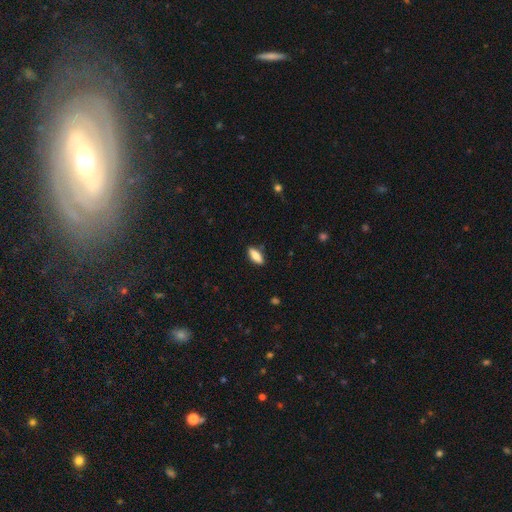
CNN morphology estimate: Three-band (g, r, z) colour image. It shows a smooth galaxy with no disk features (81%) that is in between round and cigar-shaped (67%). Merging: none (86%).